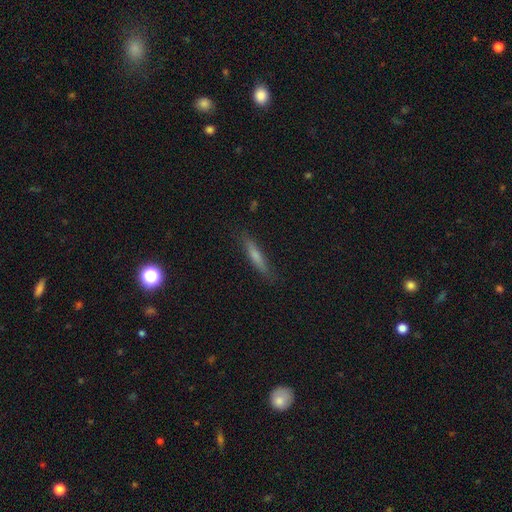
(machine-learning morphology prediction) Smooth or featured? smooth (62%)
How rounded? cigar-shaped (91%)
Merging? none (86%)